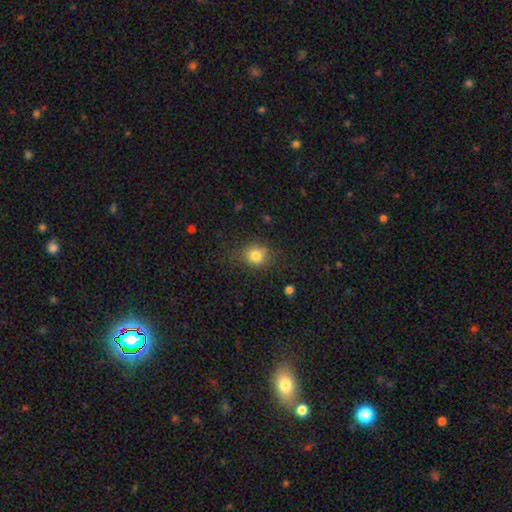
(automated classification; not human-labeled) Q: Smooth or featured?
A: smooth (81%); runner-up: star or artifact (12%)
Q: How rounded?
A: round (82%); runner-up: in between (17%)
Q: Merging?
A: none (74%); runner-up: minor disturbance (17%)